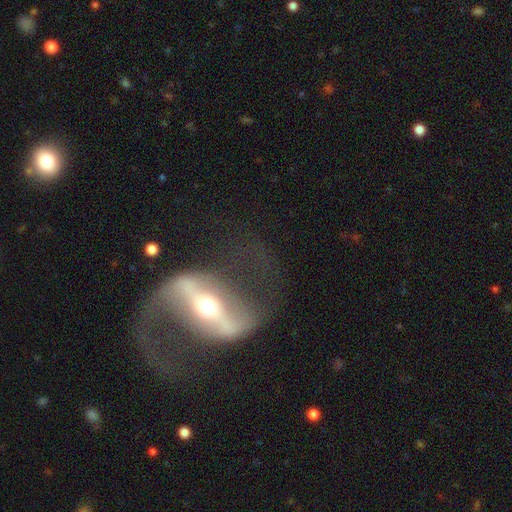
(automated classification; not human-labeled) This is clearly a featured or disk galaxy (90%). It is clearly not viewed edge-on (93%). Bar: likely strong (71%). Spiral arm pattern: clearly yes (94%). Spiral arm count: clearly 2 (93%). Spiral winding: possibly loose (55%). Central bulge: possibly moderate (57%). Merging: likely none (68%).